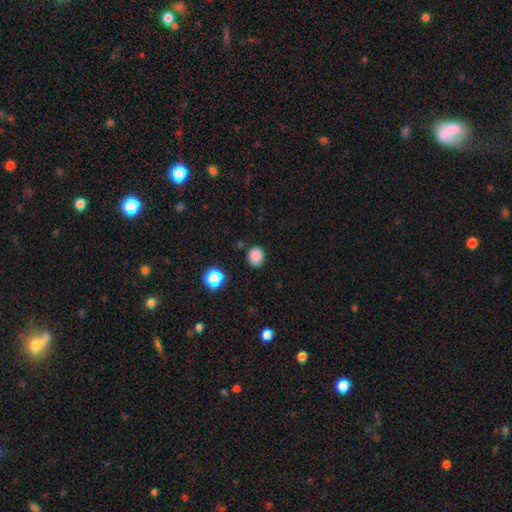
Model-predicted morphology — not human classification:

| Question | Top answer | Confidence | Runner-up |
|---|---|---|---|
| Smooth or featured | smooth | 86% | star or artifact (11%) |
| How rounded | round | 73% | in between (26%) |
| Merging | none | 85% | minor disturbance (9%) |